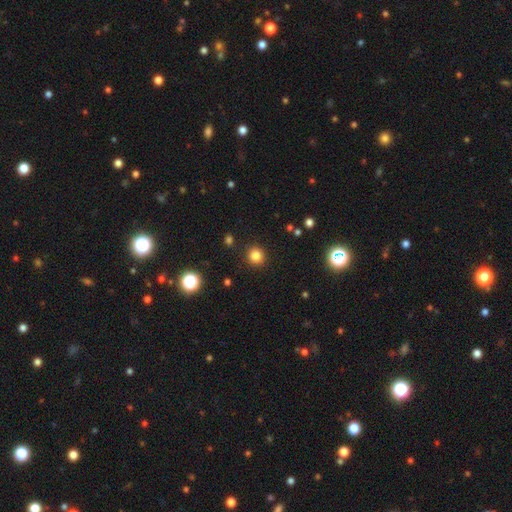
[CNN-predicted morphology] A smooth galaxy with no disk features (82%) that is round (92%). Merging: none (90%).